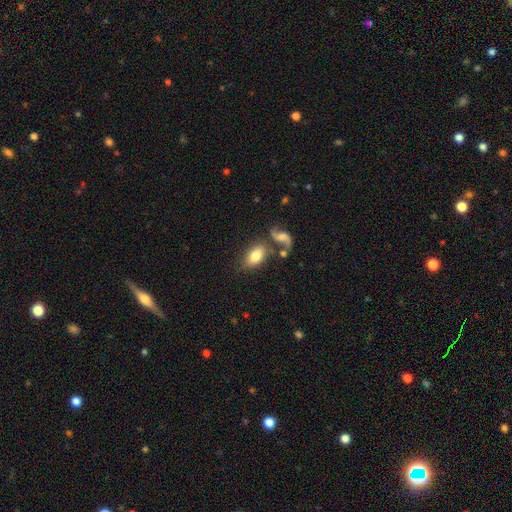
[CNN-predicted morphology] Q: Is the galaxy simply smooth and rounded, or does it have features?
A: smooth — 76%.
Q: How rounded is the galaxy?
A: in between — 89%.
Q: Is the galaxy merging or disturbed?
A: none — 57%.